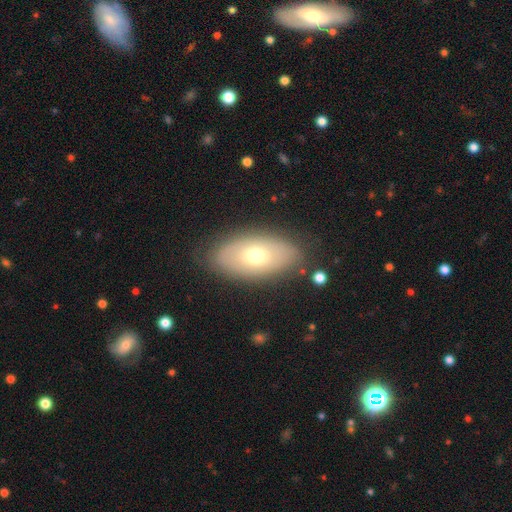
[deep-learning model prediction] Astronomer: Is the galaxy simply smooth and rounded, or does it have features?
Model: smooth — 59%.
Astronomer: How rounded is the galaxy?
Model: in between — 92%.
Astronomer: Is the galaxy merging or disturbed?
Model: none — 79%.